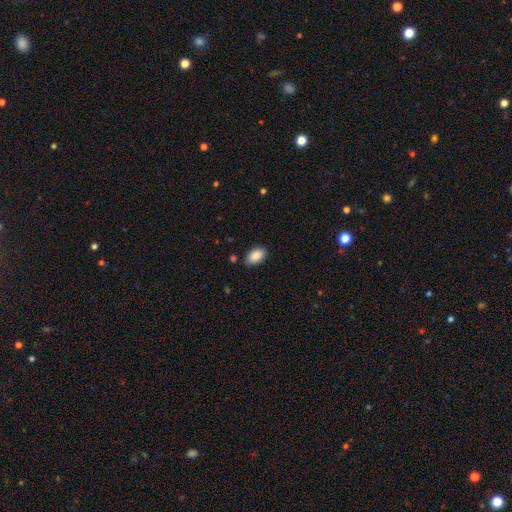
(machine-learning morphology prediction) This appears to be a smooth galaxy with no disk features (88%) that is in between round and cigar-shaped (92%). Merging: none (82%).